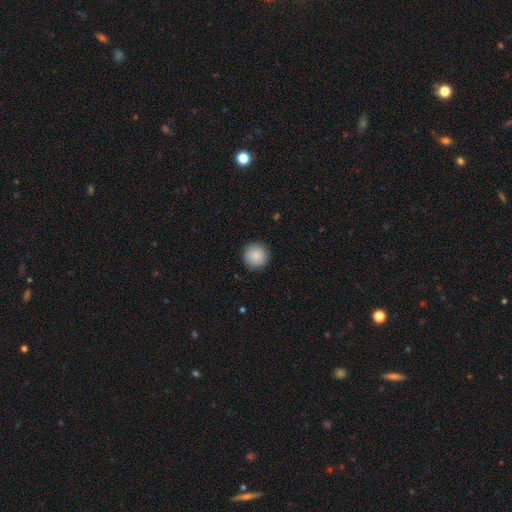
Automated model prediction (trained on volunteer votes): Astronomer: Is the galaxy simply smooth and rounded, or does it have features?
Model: smooth — 88%.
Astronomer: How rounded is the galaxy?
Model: round — 96%.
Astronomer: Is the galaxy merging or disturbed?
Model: none — 91%.